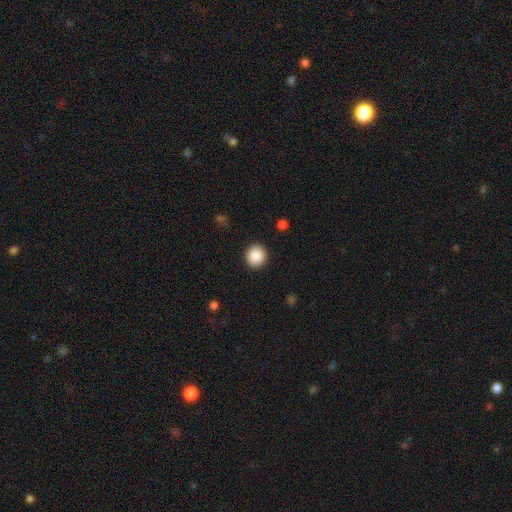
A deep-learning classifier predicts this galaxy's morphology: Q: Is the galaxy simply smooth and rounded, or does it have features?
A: smooth — 89%.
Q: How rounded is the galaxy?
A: round — 89%.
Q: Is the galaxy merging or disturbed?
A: none — 92%.